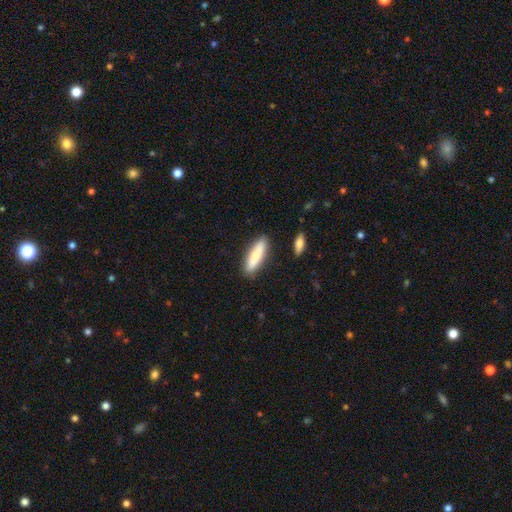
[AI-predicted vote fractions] A smooth galaxy with no disk features (79%) that is cigar-shaped (66%).

Vote fractions:
- Smooth or featured? smooth: 79% / featured or disk: 16% / star or artifact: 6%
- How rounded? cigar-shaped: 66% / in between: 32% / round: 2%
- Merging? none: 85% / minor disturbance: 10% / merger: 3% / major disturbance: 2%